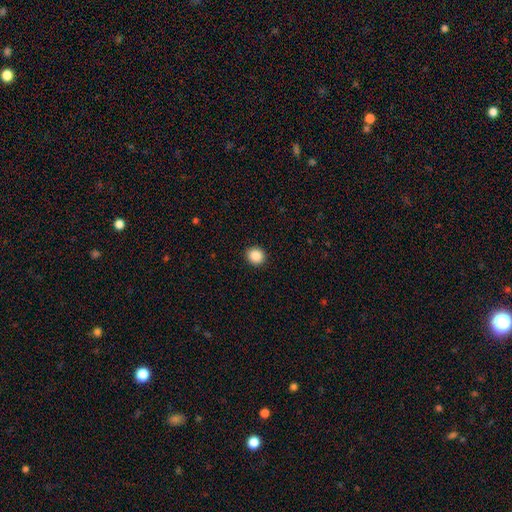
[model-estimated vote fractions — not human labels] This is clearly a smooth galaxy (89%). How rounded: clearly round (82%). Merging: clearly none (92%).